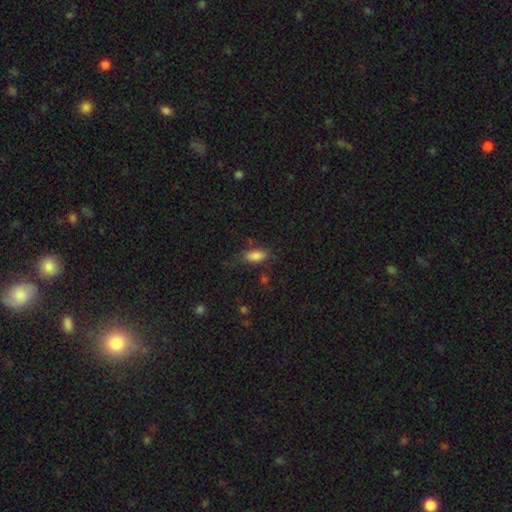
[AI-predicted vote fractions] smooth-or-featured: smooth: 84% | star or artifact: 9% | featured or disk: 8%
  how-rounded: in between: 87% | cigar-shaped: 9% | round: 4%
  merging: none: 64% | minor disturbance: 24% | major disturbance: 9% | merger: 3%